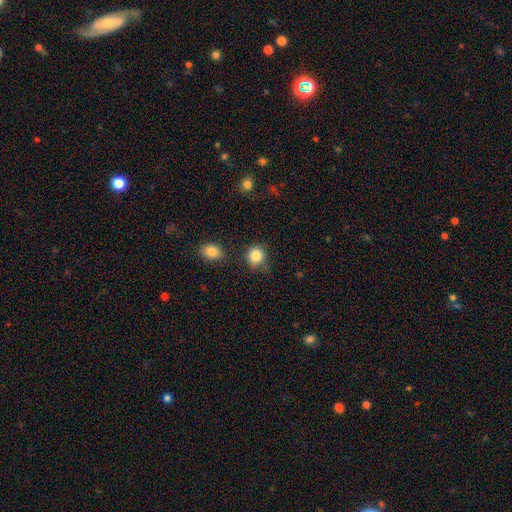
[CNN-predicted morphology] Smooth or featured: smooth — 85% (star or artifact — 10%)
How rounded: round — 84% (in between — 15%)
Merging: none — 73% (minor disturbance — 18%)